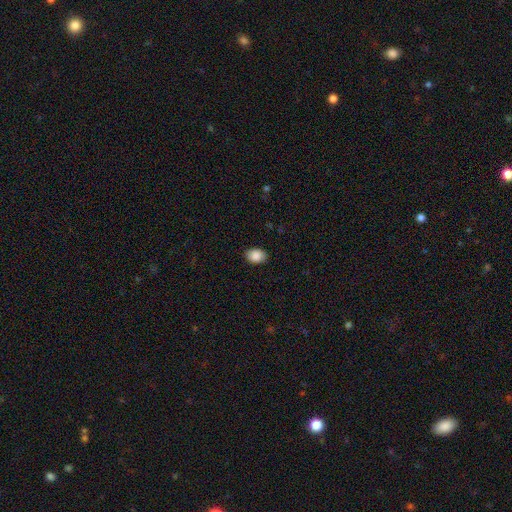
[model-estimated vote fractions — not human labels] Morphology: type=smooth (89%); roundness=in between (74%); merging=none (87%).